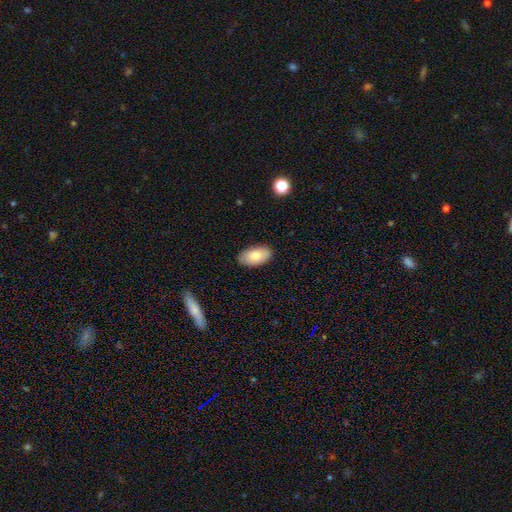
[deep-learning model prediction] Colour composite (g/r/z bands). It shows a smooth galaxy with no disk features (83%) that is in between round and cigar-shaped (95%). Merging: none (87%).